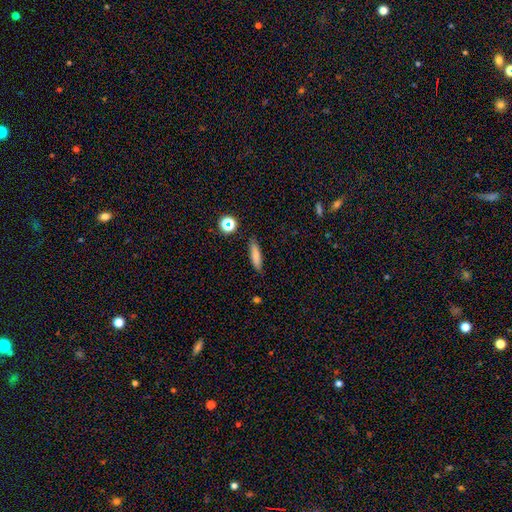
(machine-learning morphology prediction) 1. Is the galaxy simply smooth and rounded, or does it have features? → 75% smooth, 14% featured or disk, 11% star or artifact.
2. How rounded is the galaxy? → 67% cigar-shaped, 29% in between, 3% round.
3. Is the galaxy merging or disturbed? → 82% none, 13% minor disturbance, 3% major disturbance, 2% merger.